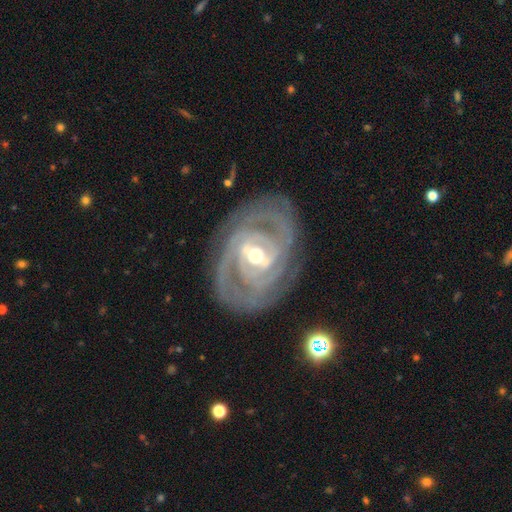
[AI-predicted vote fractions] The model was most divided on "bar": strong: 44%, weak: 38%, no: 18%. Remaining: edge-on disk — no (96%); spiral arms — yes (94%); smooth or featured — featured or disk (90%); merging — none (78%); bulge size — moderate (70%); spiral winding — tight (69%); spiral arm count — 2 (43%).